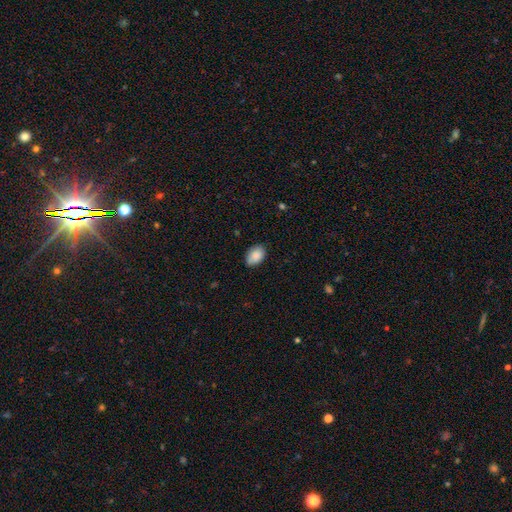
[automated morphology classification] A smooth galaxy with no disk features (87%) that is in between round and cigar-shaped (87%). Merging: none (75%).